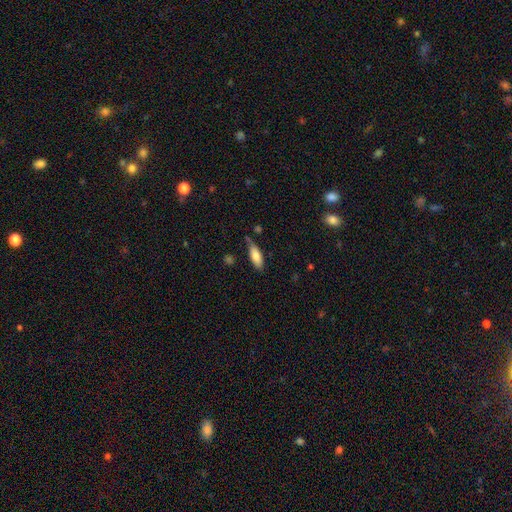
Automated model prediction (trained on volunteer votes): A smooth galaxy with no disk features (79%) that is in between round and cigar-shaped (67%).

Vote fractions:
- Smooth or featured? smooth: 79% / featured or disk: 15% / star or artifact: 7%
- How rounded? in between: 67% / cigar-shaped: 31% / round: 2%
- Merging? none: 66% / minor disturbance: 25% / major disturbance: 5% / merger: 5%